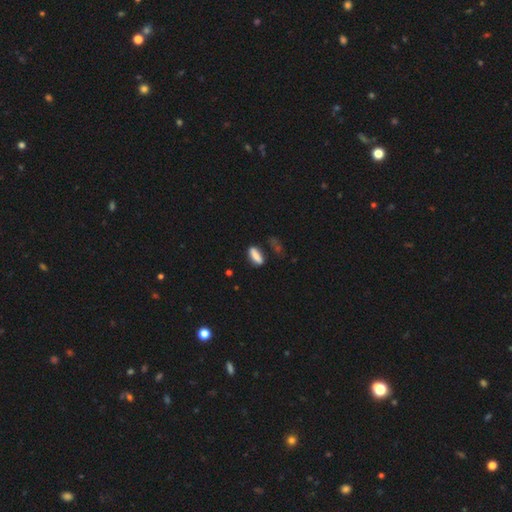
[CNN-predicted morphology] Smooth or featured: smooth — 83% (featured or disk — 9%)
How rounded: in between — 58% (cigar-shaped — 39%)
Merging: none — 69% (minor disturbance — 20%)